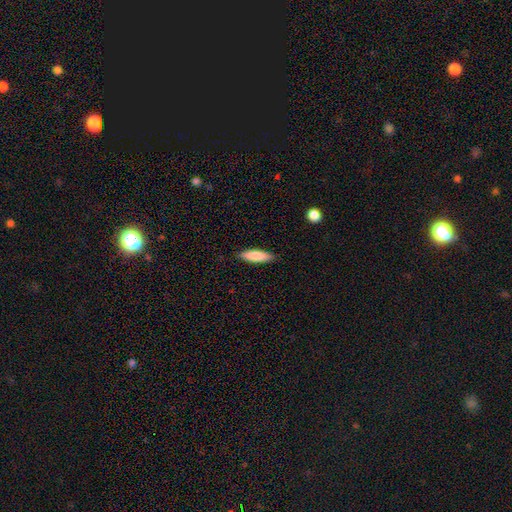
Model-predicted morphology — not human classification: smooth_or_featured: smooth (p=0.83) [alt: featured or disk p=0.11]
how_rounded: cigar-shaped (p=0.59) [alt: in between p=0.40]
merging: none (p=0.88) [alt: minor disturbance p=0.09]